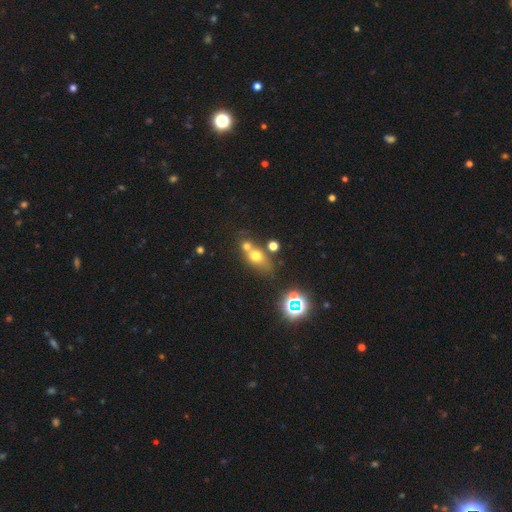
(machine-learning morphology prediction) This appears to be a smooth galaxy with no disk features (61%) that is round (49%). Merging: merger (44%).